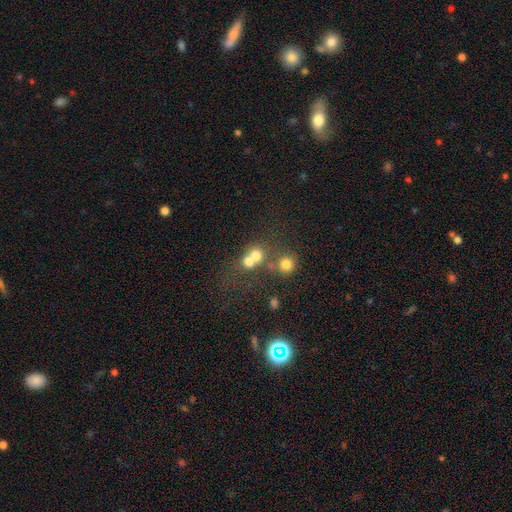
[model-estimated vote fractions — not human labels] This appears to be a smooth galaxy with no disk features (69%) that is round (82%). Merging: merger (55%).